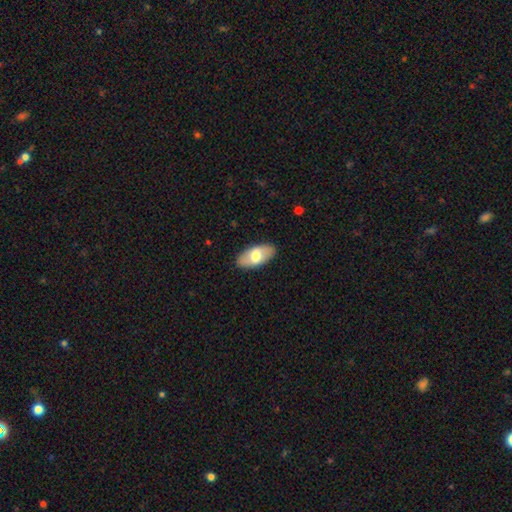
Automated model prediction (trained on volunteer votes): Morphology: type=smooth (65%); roundness=in between (93%); merging=none (88%).